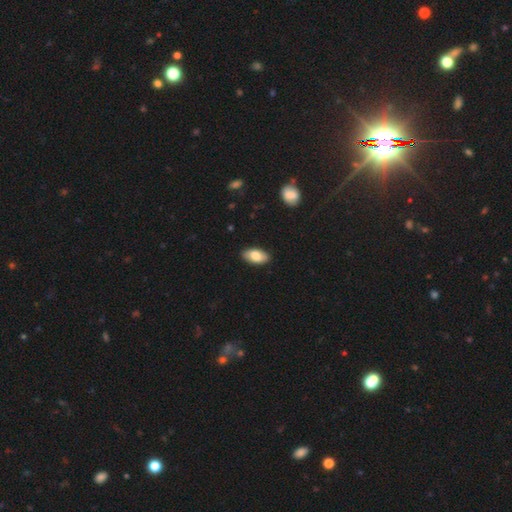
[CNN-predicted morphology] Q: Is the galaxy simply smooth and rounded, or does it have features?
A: smooth — 81%.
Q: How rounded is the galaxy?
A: in between — 94%.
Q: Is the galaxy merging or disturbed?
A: none — 87%.